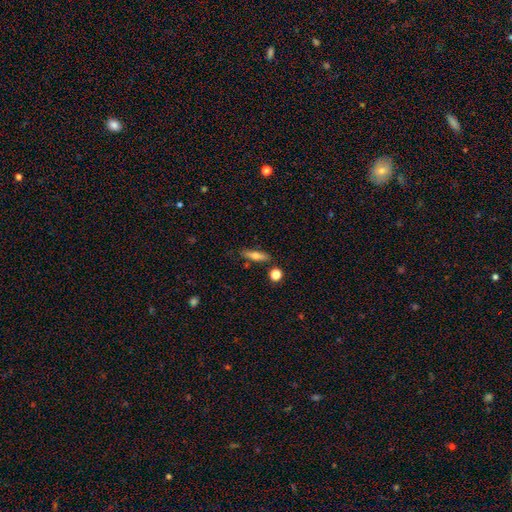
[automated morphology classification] Smooth or featured: smooth — 64% (featured or disk — 28%)
How rounded: cigar-shaped — 67% (in between — 29%)
Merging: none — 81% (minor disturbance — 11%)